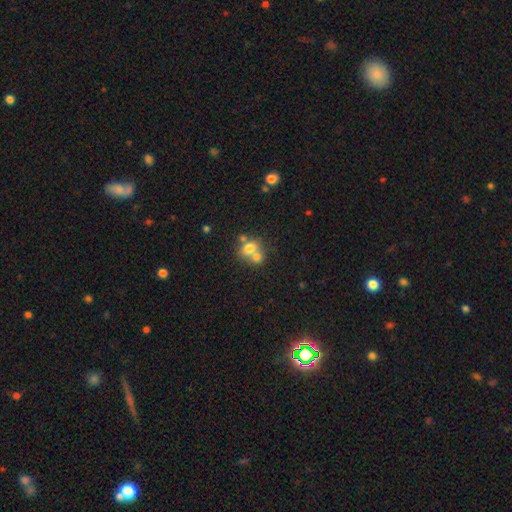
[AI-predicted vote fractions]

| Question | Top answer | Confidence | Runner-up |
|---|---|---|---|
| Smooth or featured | smooth | 67% | featured or disk (19%) |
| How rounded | round | 69% | in between (30%) |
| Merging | merger | 58% | none (32%) |